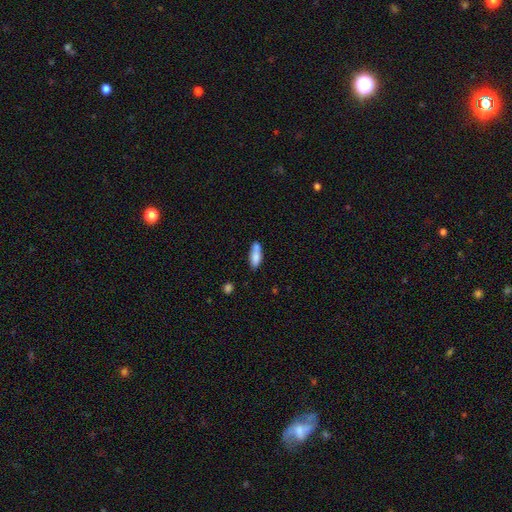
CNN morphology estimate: A smooth galaxy with no disk features (81%) that is in between round and cigar-shaped (61%). Merging: none (57%).